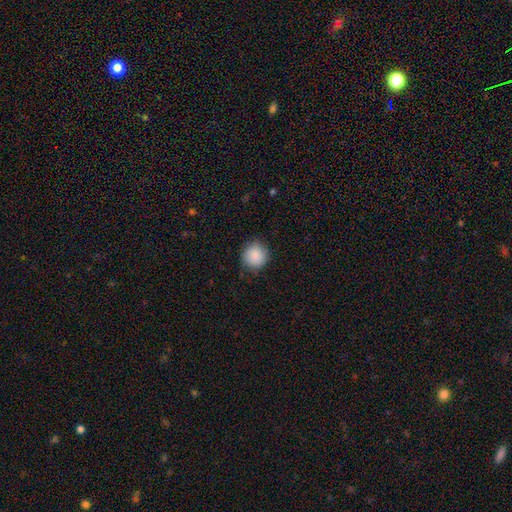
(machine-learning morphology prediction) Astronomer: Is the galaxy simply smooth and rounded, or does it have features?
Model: smooth — 88%.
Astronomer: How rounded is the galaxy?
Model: round — 92%.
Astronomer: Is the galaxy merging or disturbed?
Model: none — 84%.